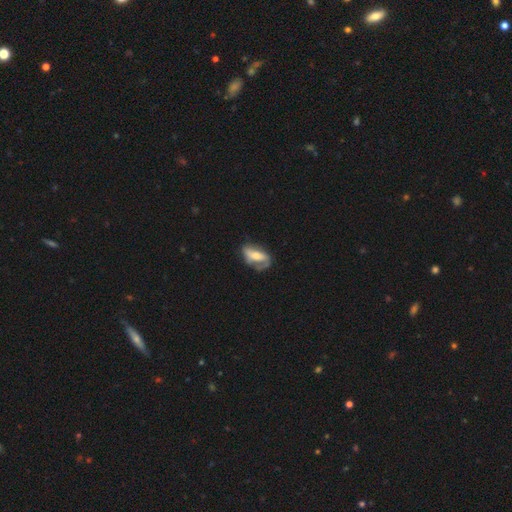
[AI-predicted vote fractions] Smooth or featured: featured or disk — 55% (smooth — 38%)
Edge-on disk: no — 90% (yes — 10%)
Merging: none — 45% (minor disturbance — 28%)